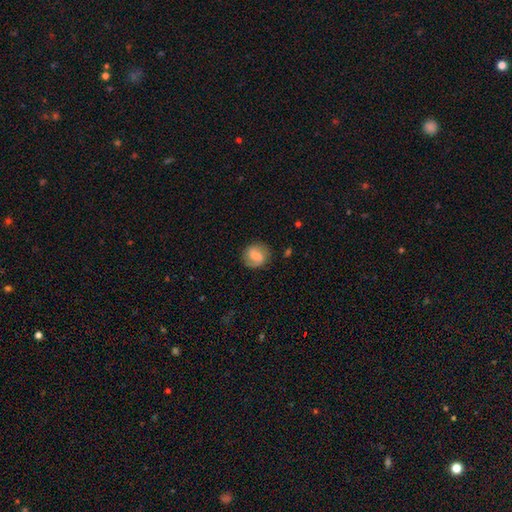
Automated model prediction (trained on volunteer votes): Smooth or featured? featured or disk (52%)
Edge-on disk? no (97%)
Bar? weak (52%)
Spiral arms? yes (85%)
Bulge size? moderate (42%)
Merging? none (81%)